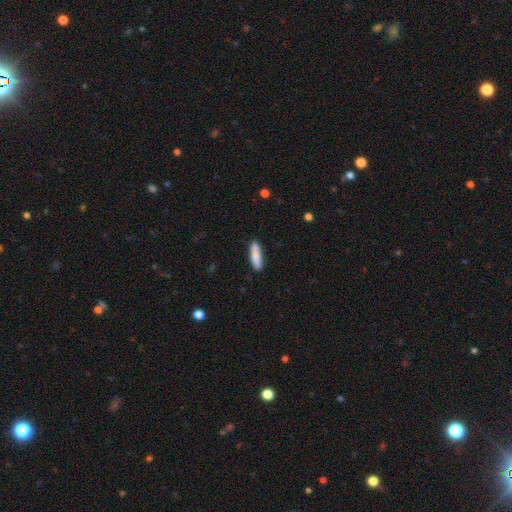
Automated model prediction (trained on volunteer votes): A smooth galaxy with no disk features (84%) that is cigar-shaped (71%). Merging: none (82%).